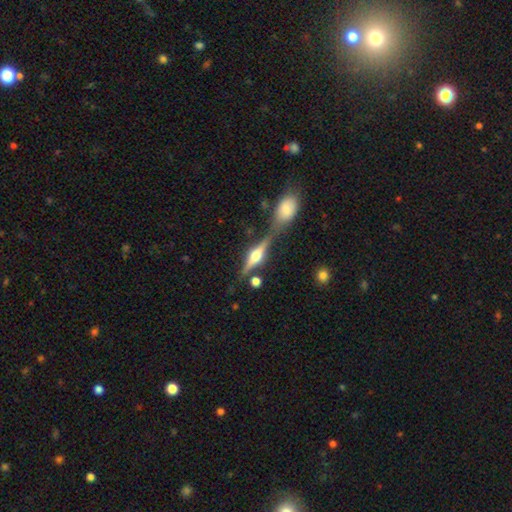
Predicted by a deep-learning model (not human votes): Smooth or featured? Predicted: featured or disk (p=0.77). Edge-on disk? Predicted: yes (p=0.96). Edge-on bulge? Predicted: rounded (p=0.92). Merging? Predicted: none (p=0.68).